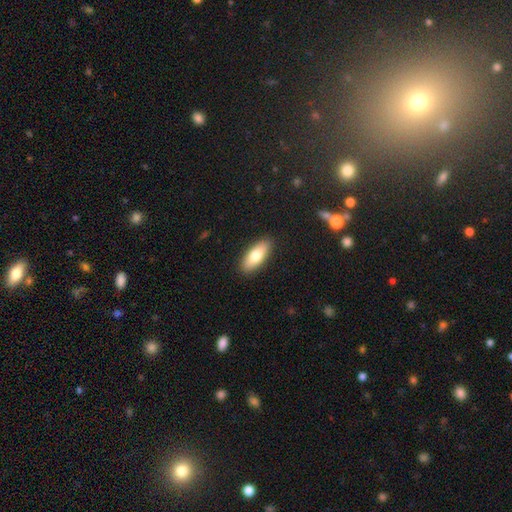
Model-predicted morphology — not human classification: Smooth or featured? Predicted: smooth (p=0.76). How rounded? Predicted: in between (p=0.78). Merging? Predicted: none (p=0.89).